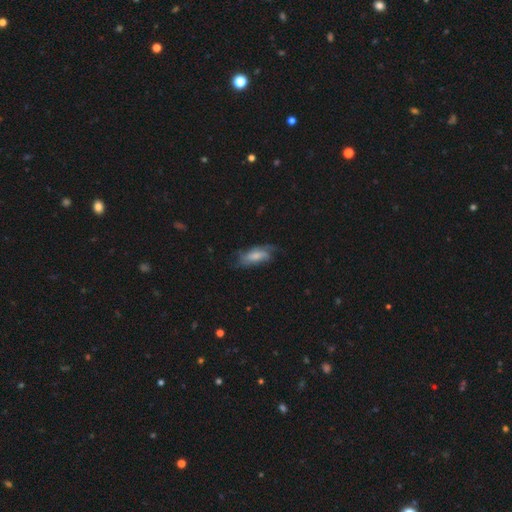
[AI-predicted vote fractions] This appears to be a smooth galaxy with no disk features (48%). Merging: none (54%).